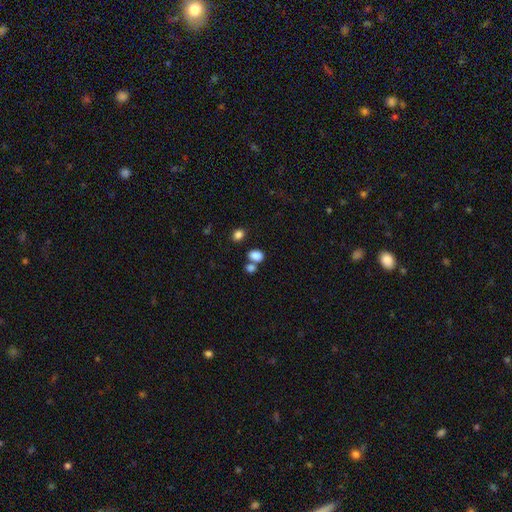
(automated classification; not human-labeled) smooth-or-featured: smooth: 84% | star or artifact: 10% | featured or disk: 5%
  how-rounded: in between: 72% | round: 26% | cigar-shaped: 1%
  merging: none: 49% | merger: 37% | minor disturbance: 10% | major disturbance: 4%